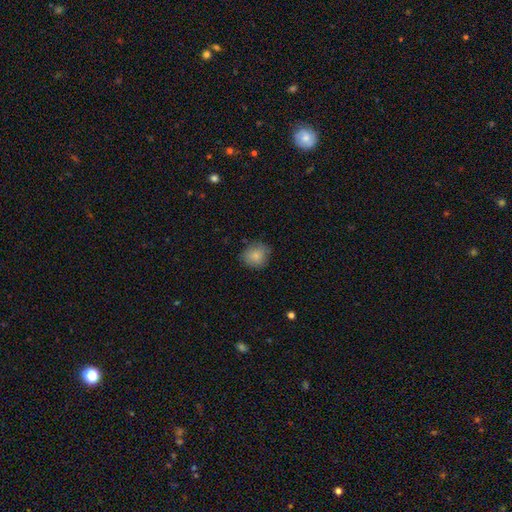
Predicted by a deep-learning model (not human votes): The model was most divided on "how rounded": round: 78%, in between: 21%, cigar-shaped: 1%. More confident: smooth or featured — smooth (83%); merging — none (78%).